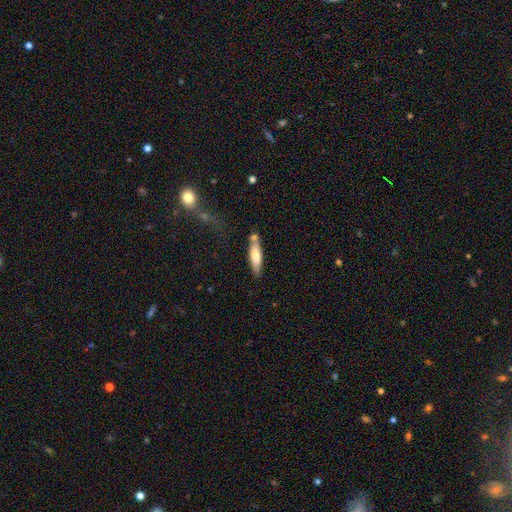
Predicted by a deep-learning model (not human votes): A smooth galaxy with no disk features (68%) that is cigar-shaped (69%). Merging: none (64%).